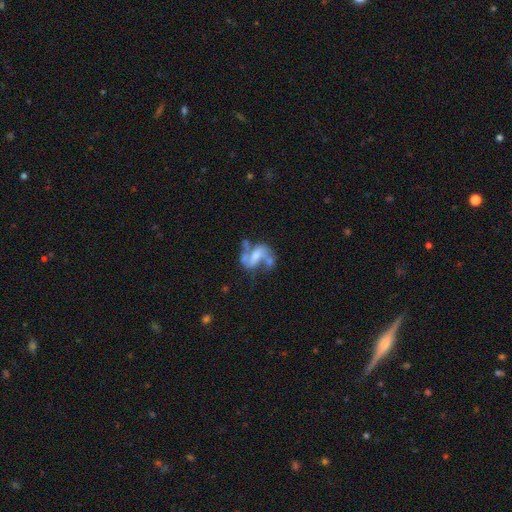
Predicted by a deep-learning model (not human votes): A featured or disk galaxy (73%) with a weak bar (39%), 2 (80%) loose (56%) spiral arms (74%) and a moderate central bulge (37%). Merging: none (33%).